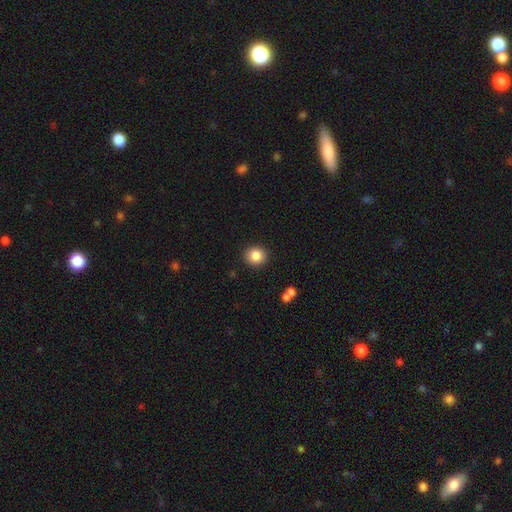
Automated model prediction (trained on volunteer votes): A smooth galaxy with no disk features (85%) that is round (87%).

Vote fractions:
- Smooth or featured? smooth: 85% / star or artifact: 10% / featured or disk: 5%
- How rounded? round: 87% / in between: 12% / cigar-shaped: 1%
- Merging? none: 91% / minor disturbance: 6% / major disturbance: 2% / merger: 2%